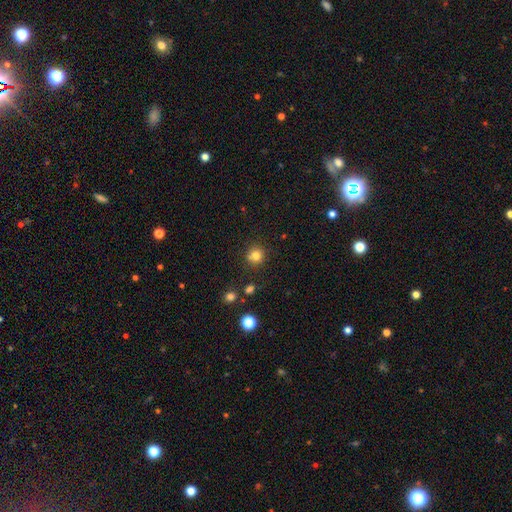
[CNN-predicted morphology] smooth_or_featured: smooth (p=0.80) [alt: star or artifact p=0.14]
how_rounded: round (p=0.92) [alt: in between p=0.07]
merging: none (p=0.81) [alt: minor disturbance p=0.10]